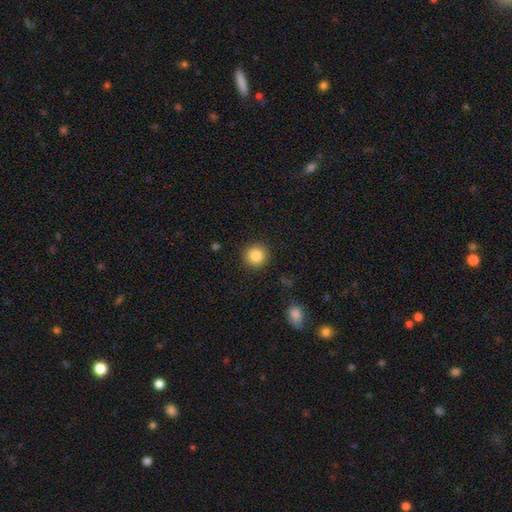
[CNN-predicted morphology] Smooth or featured? smooth (86%)
How rounded? round (94%)
Merging? none (91%)